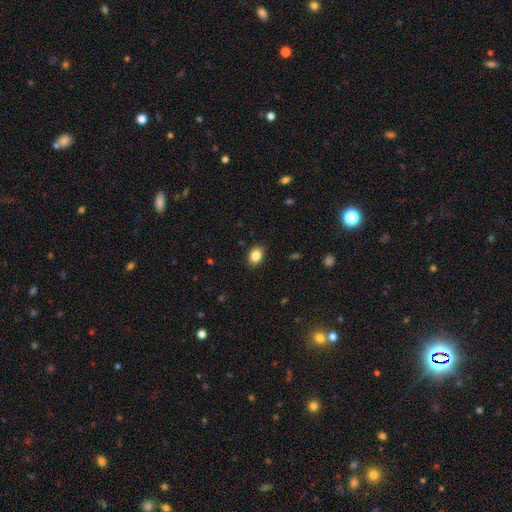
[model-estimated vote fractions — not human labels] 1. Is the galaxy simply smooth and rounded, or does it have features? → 86% smooth, 9% star or artifact, 5% featured or disk.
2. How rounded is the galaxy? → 69% in between, 30% round, 1% cigar-shaped.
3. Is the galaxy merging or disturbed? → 89% none, 8% minor disturbance, 2% major disturbance, 1% merger.